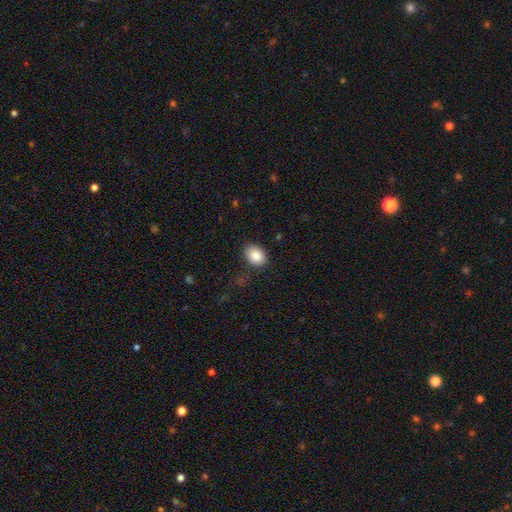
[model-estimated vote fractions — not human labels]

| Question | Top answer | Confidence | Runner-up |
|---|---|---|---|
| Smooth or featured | smooth | 87% | star or artifact (8%) |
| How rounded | in between | 77% | round (22%) |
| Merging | none | 84% | minor disturbance (11%) |